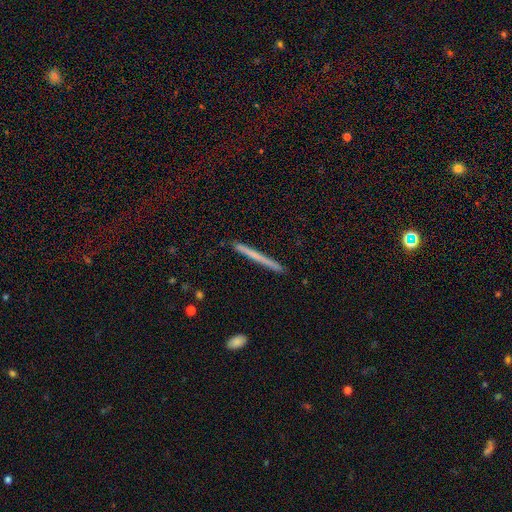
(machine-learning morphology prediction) smooth 50%, featured or disk 43%, star or artifact 7%. Down the decision tree: merging — none (90%).